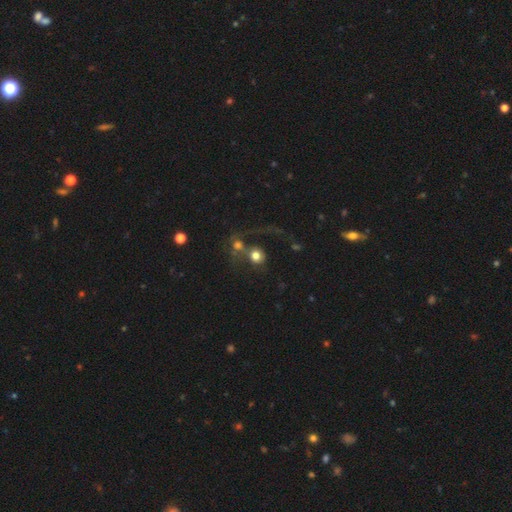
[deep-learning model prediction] A smooth galaxy with no disk features (67%) that is round (85%). Merging: merger (51%).